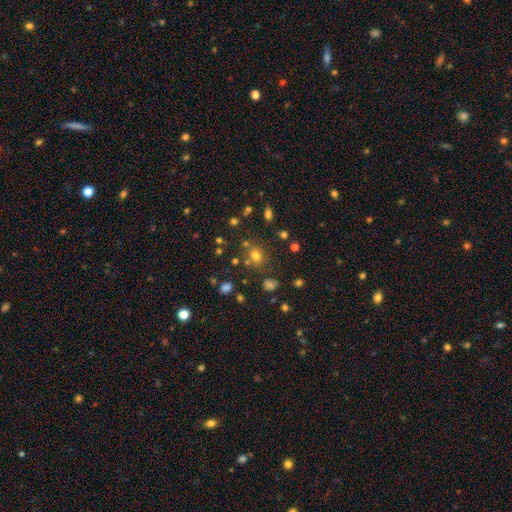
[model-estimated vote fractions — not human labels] This is likely a smooth galaxy (70%). How rounded: likely round (66%). Merging: likely none (71%).